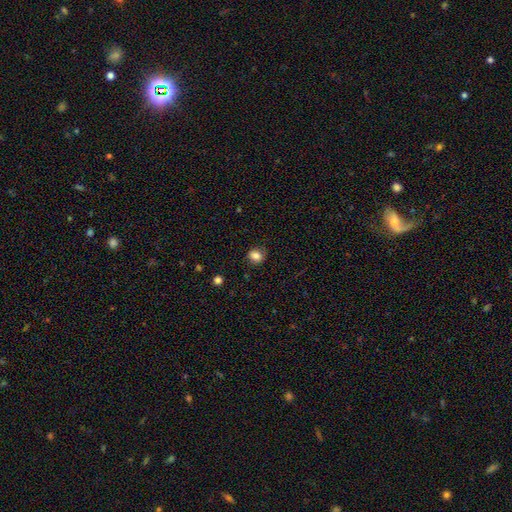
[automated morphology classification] Smooth or featured?
  - smooth: 83% *
  - star or artifact: 11%
  - featured or disk: 7%
How rounded?
  - round: 68% *
  - in between: 31%
  - cigar-shaped: 1%
Merging?
  - none: 80% *
  - minor disturbance: 15%
  - major disturbance: 4%
  - merger: 1%